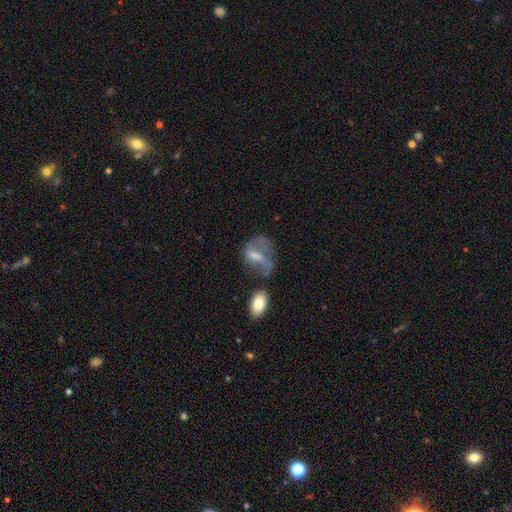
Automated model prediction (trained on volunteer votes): Smooth or featured? Predicted: featured or disk (p=0.45). Merging? Predicted: major disturbance (p=0.41).